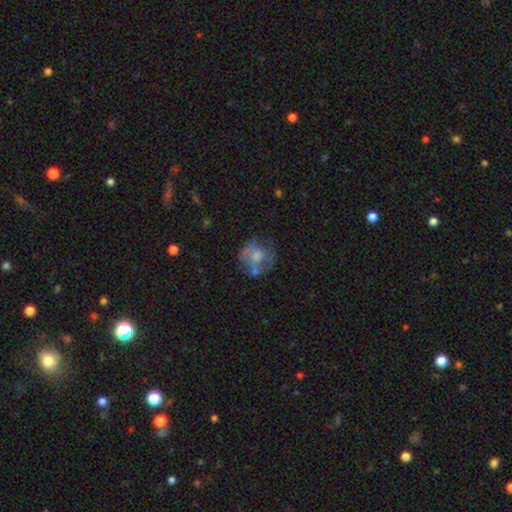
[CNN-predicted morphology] Smooth or featured? featured or disk (45%, tied with smooth)
Merging? none (46%)